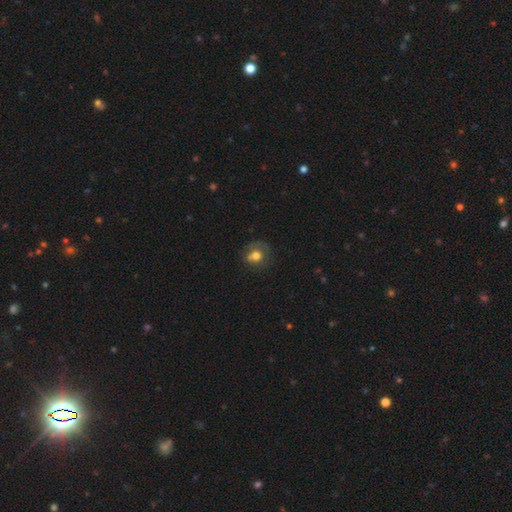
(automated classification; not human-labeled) Smooth or featured: smooth — 65% (featured or disk — 24%)
How rounded: round — 70% (in between — 29%)
Merging: none — 54% (minor disturbance — 24%)